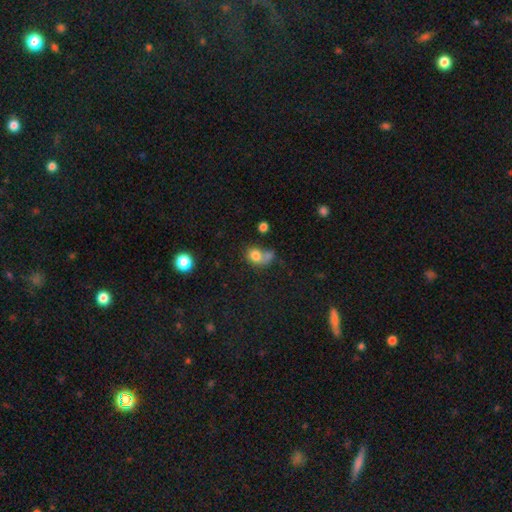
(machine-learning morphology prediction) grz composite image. It shows a smooth galaxy with no disk features (75%) that is round (55%). Merging: merger (44%).